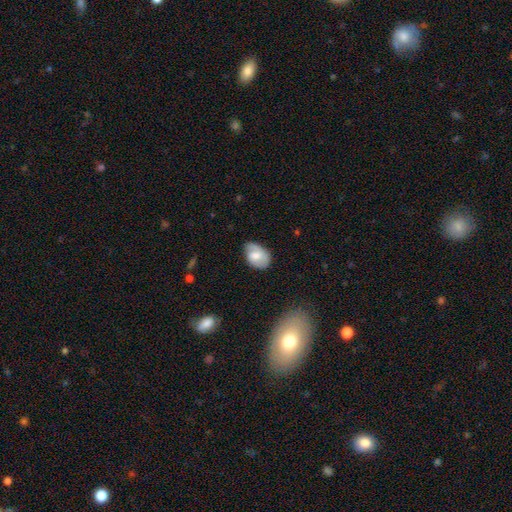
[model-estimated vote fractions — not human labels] Overall: smooth (50%; featured or disk 43%). Merging: none (58%; minor disturbance 32%).